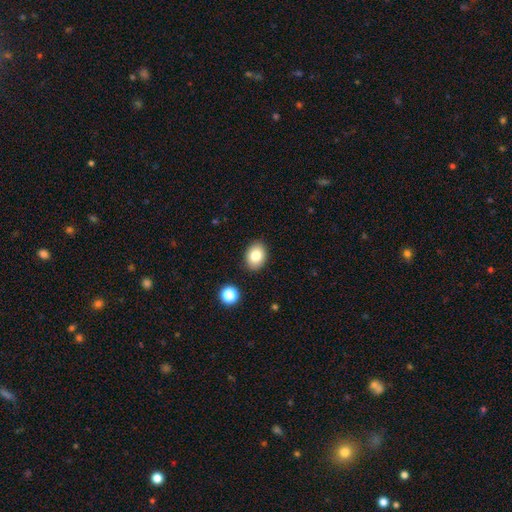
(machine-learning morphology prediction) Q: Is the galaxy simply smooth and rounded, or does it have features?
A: smooth — 83%.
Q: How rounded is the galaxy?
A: in between — 70%.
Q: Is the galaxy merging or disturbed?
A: none — 88%.